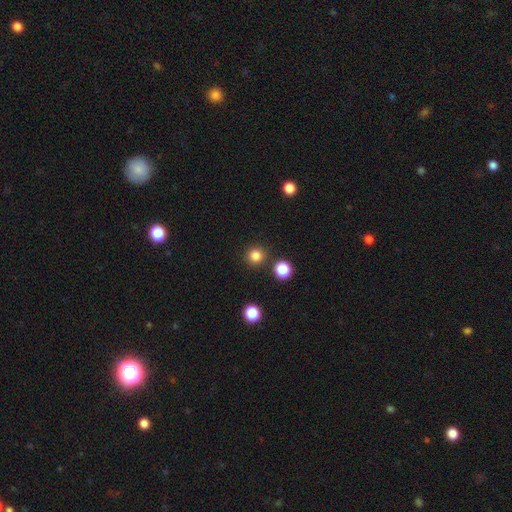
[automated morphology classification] Smooth or featured? smooth (83%)
How rounded? round (94%)
Merging? none (88%)